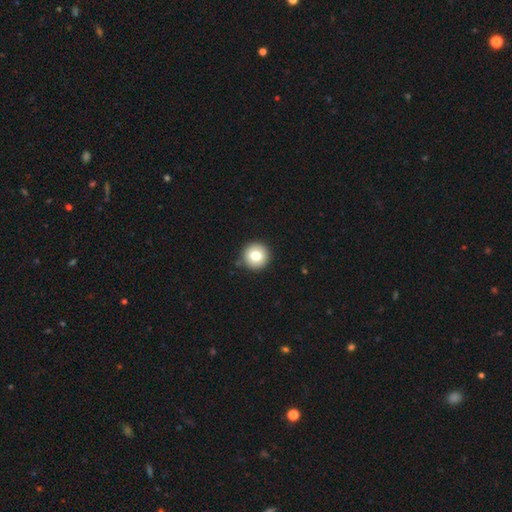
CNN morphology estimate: This is likely a smooth galaxy (78%). How rounded: clearly round (96%). Merging: clearly none (90%).